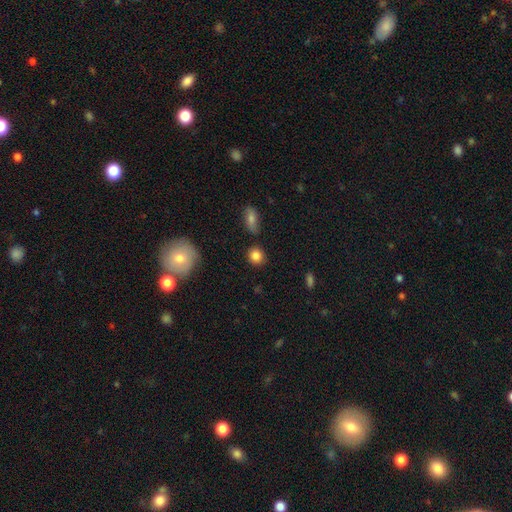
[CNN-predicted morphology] Smooth or featured?
  - smooth: 86% *
  - star or artifact: 9%
  - featured or disk: 5%
How rounded?
  - round: 83% *
  - in between: 16%
  - cigar-shaped: 1%
Merging?
  - none: 84% *
  - minor disturbance: 10%
  - merger: 4%
  - major disturbance: 3%